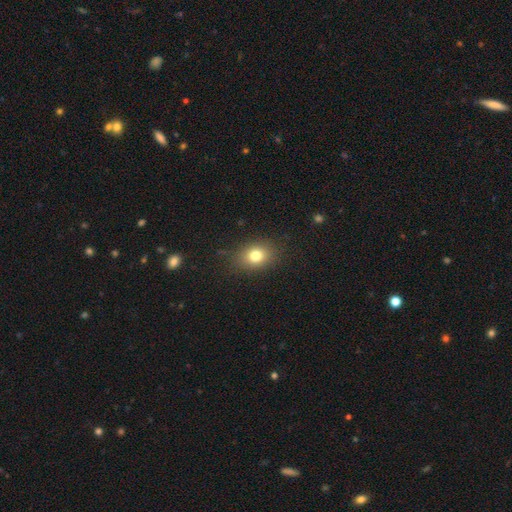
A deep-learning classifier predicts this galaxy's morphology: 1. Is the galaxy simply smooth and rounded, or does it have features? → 77% smooth, 13% star or artifact, 10% featured or disk.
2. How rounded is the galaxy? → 54% in between, 45% round, 1% cigar-shaped.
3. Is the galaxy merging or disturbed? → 84% none, 11% minor disturbance, 4% major disturbance, 1% merger.